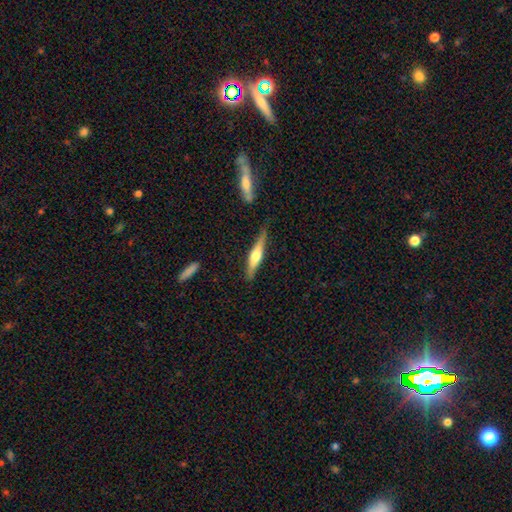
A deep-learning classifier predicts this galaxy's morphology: Overall: featured or disk (54%; smooth 41%). Edge-on disk: yes (95%). Edge-on bulge: rounded (84%). Merging: none (76%).